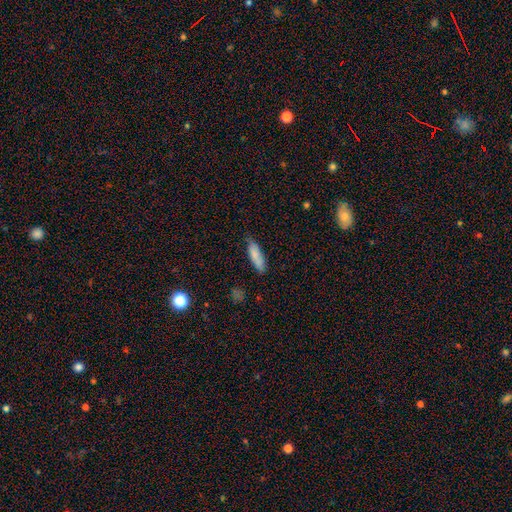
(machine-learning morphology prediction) Q: Smooth or featured?
A: smooth (81%); runner-up: featured or disk (11%)
Q: How rounded?
A: cigar-shaped (51%); runner-up: in between (47%)
Q: Merging?
A: none (72%); runner-up: minor disturbance (22%)